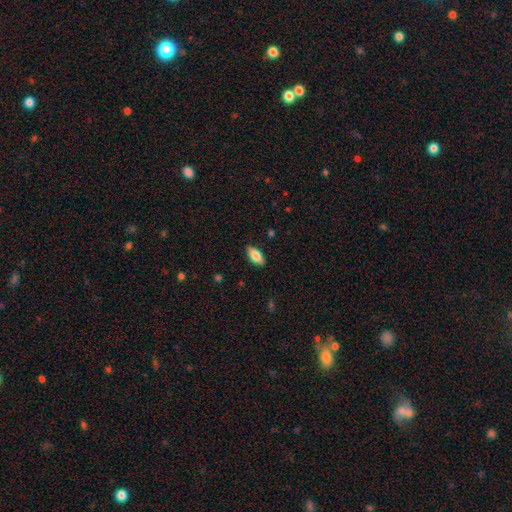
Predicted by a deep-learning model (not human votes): A smooth galaxy with no disk features (78%) that is in between round and cigar-shaped (83%). Merging: none (86%).